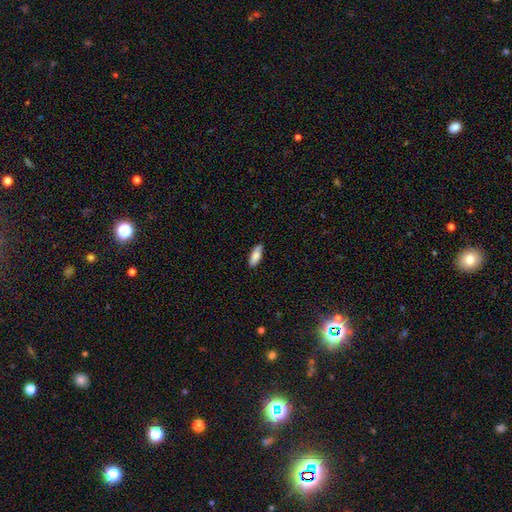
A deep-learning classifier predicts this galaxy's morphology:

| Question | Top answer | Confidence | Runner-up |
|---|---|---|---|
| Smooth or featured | smooth | 81% | featured or disk (12%) |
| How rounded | in between | 71% | cigar-shaped (27%) |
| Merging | none | 83% | minor disturbance (14%) |